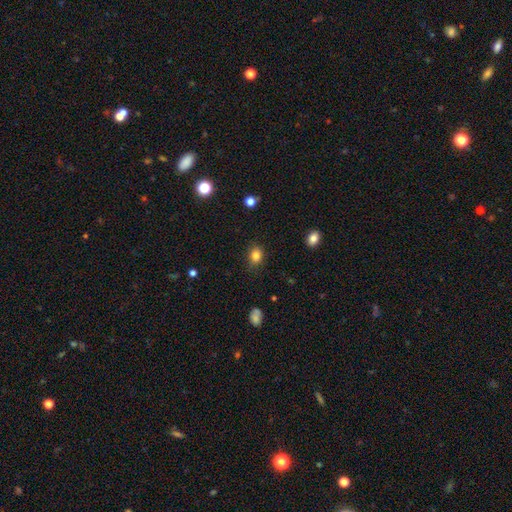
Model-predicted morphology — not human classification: Smooth or featured? smooth (83%)
How rounded? in between (52%)
Merging? none (80%)